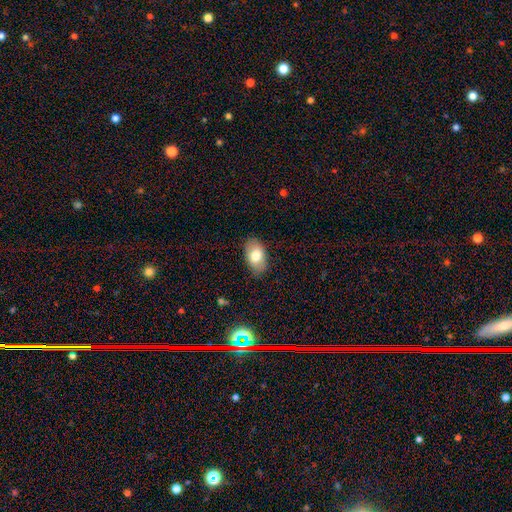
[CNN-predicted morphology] A smooth galaxy with no disk features (77%) that is in between round and cigar-shaped (93%).

Vote fractions:
- Smooth or featured? smooth: 77% / featured or disk: 16% / star or artifact: 7%
- How rounded? in between: 93% / round: 6% / cigar-shaped: 1%
- Merging? none: 84% / minor disturbance: 12% / major disturbance: 3% / merger: 1%